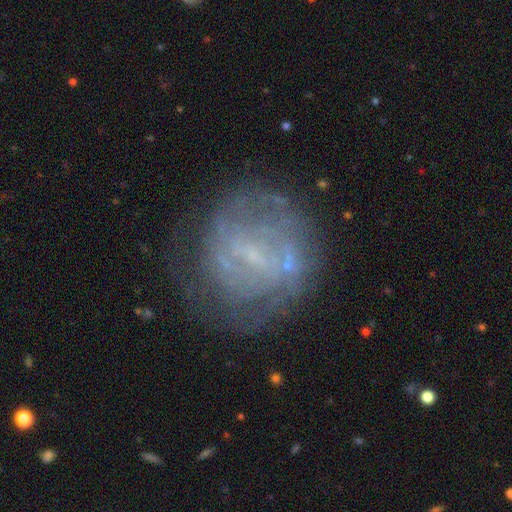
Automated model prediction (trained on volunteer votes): This is likely a featured or disk galaxy (69%). It is clearly not viewed edge-on (97%). Bar: possibly weak (49%). Spiral arm pattern: possibly yes (58%). Central bulge: likely small (62%). Merging: likely none (67%).